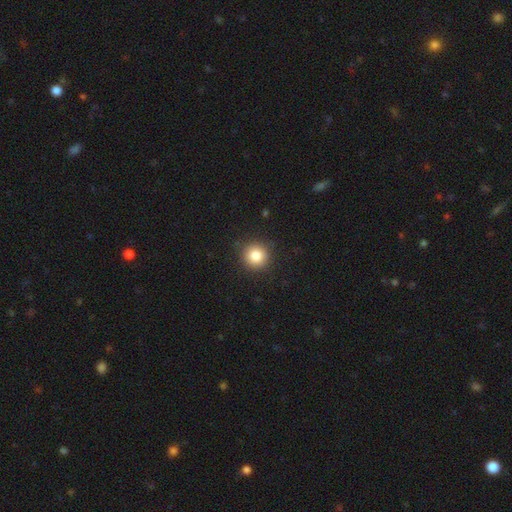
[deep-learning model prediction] Smooth or featured? smooth (83%)
How rounded? round (95%)
Merging? none (90%)